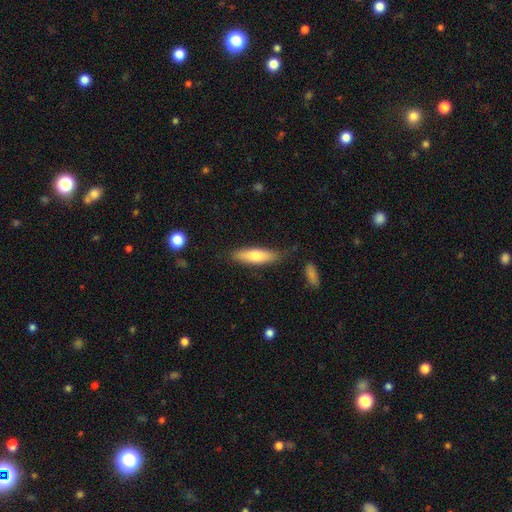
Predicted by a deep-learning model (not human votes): This is likely a smooth galaxy (75%). How rounded: likely cigar-shaped (61%). Merging: likely none (78%).